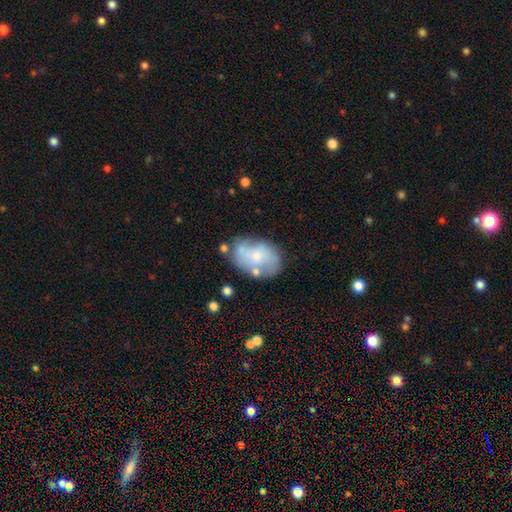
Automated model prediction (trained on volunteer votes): The model was most divided on "smooth or featured": featured or disk: 48%, smooth: 44%, star or artifact: 8%. More confident: merging — none (57%).